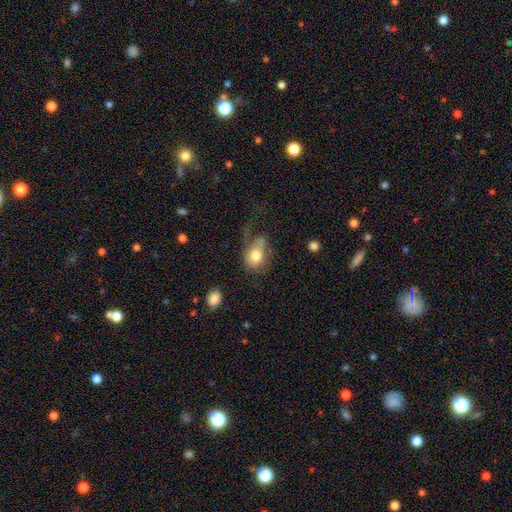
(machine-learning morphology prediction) The model was most divided on "merging": major disturbance: 39%, none: 31%, minor disturbance: 24%, merger: 6%. More confident: smooth or featured — smooth (73%); how rounded — in between (59%).